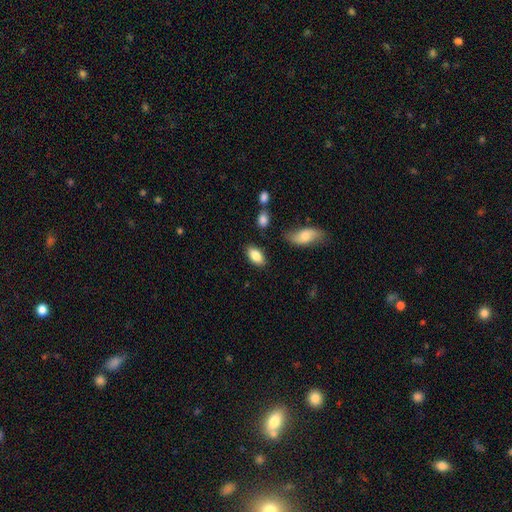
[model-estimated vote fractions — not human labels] Smooth or featured: smooth — 84% (featured or disk — 9%)
How rounded: in between — 92% (round — 4%)
Merging: none — 84% (minor disturbance — 11%)